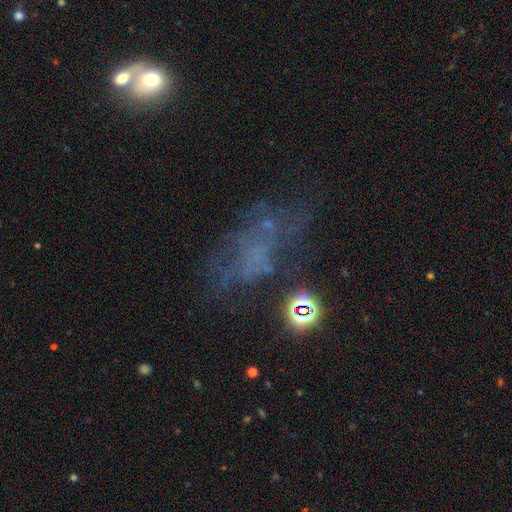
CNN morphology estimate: A featured or disk galaxy (44%).

Vote fractions:
- Smooth or featured? featured or disk: 44% / star or artifact: 30% / smooth: 26%
- Merging? none: 44% / major disturbance: 30% / minor disturbance: 20% / merger: 7%